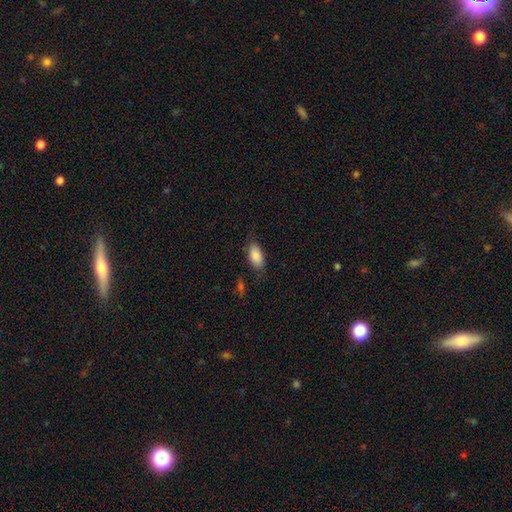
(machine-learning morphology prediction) Smooth or featured?
  - smooth: 87% *
  - featured or disk: 7%
  - star or artifact: 6%
How rounded?
  - in between: 92% *
  - cigar-shaped: 6%
  - round: 3%
Merging?
  - none: 78% *
  - minor disturbance: 16%
  - major disturbance: 4%
  - merger: 2%